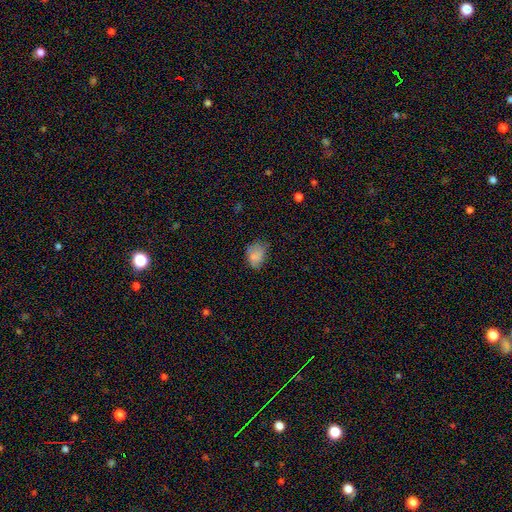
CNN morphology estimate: Smooth or featured? smooth (78%)
How rounded? in between (70%)
Merging? none (52%)